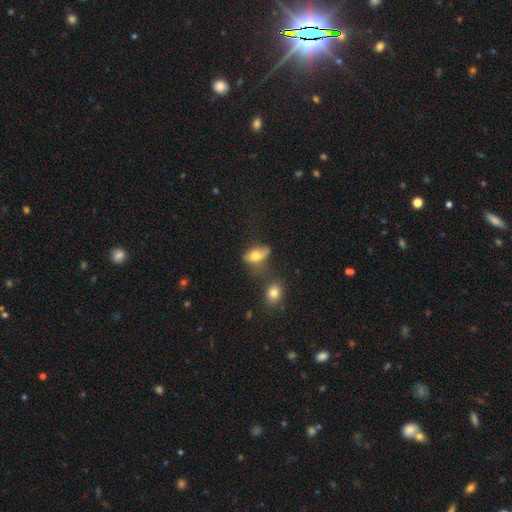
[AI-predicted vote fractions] This is likely a smooth galaxy (65%). How rounded: clearly in between (81%). Merging: marginally none (38%).